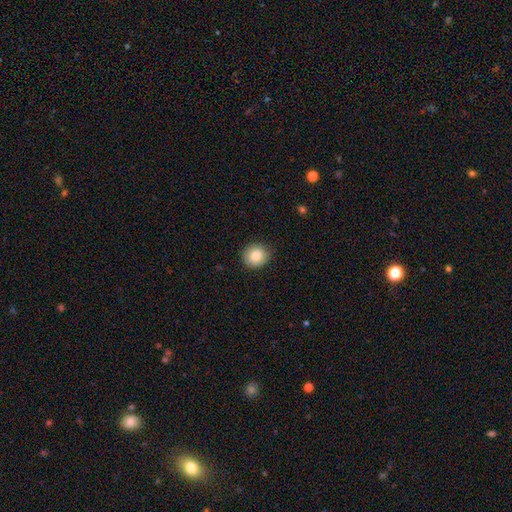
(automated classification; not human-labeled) Smooth or featured? smooth (84%)
How rounded? round (89%)
Merging? none (88%)